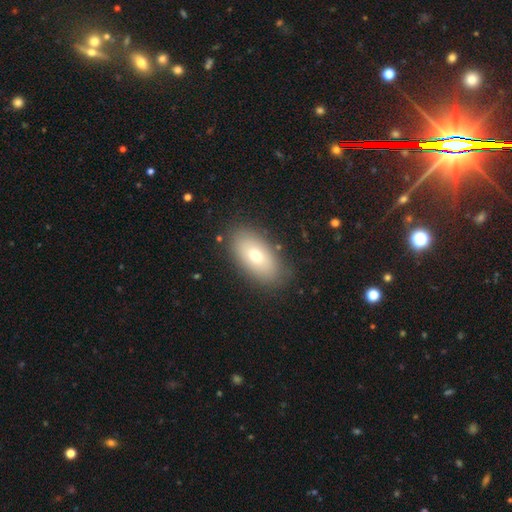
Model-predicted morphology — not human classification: smooth_or_featured: smooth (p=0.72) [alt: featured or disk p=0.20]
how_rounded: in between (p=0.92) [alt: round p=0.05]
merging: none (p=0.84) [alt: minor disturbance p=0.11]